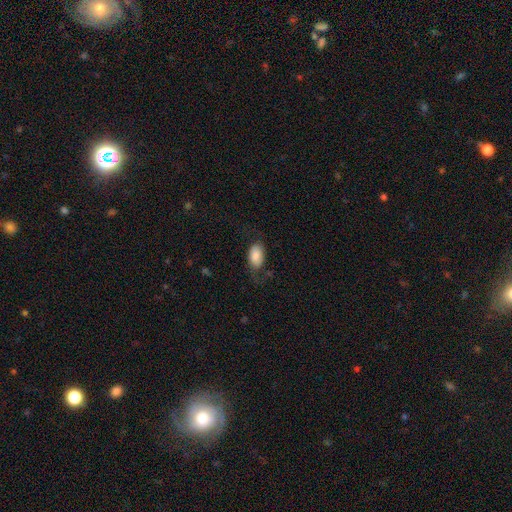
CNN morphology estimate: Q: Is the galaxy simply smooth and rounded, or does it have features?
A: smooth — 82%.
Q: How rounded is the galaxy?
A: in between — 93%.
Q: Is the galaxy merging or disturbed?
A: none — 62%.